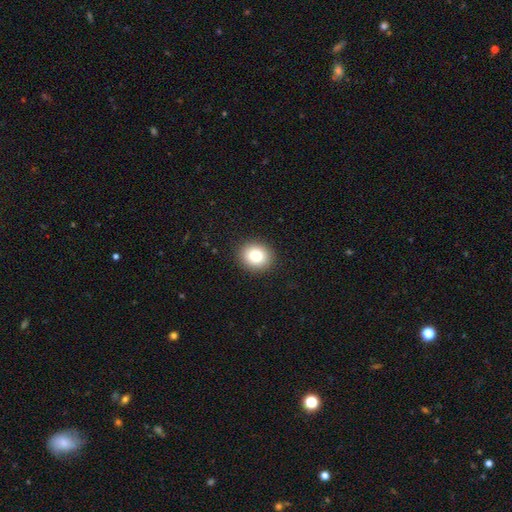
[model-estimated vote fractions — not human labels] Smooth or featured?
  - smooth: 82% *
  - star or artifact: 10%
  - featured or disk: 8%
How rounded?
  - round: 73% *
  - in between: 26%
  - cigar-shaped: 1%
Merging?
  - none: 91% *
  - minor disturbance: 6%
  - major disturbance: 2%
  - merger: 1%